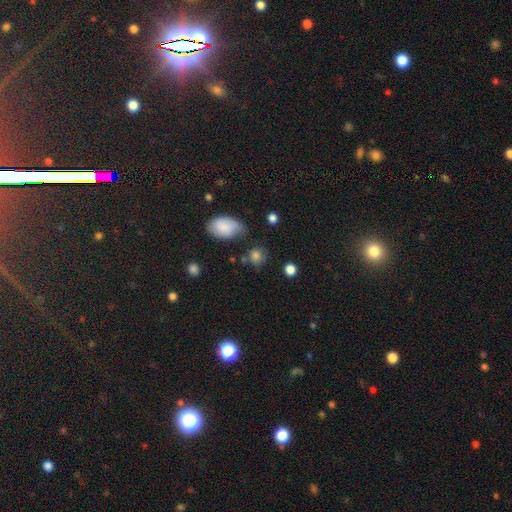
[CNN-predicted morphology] A smooth galaxy with no disk features (82%) that is round (75%). Merging: none (65%).